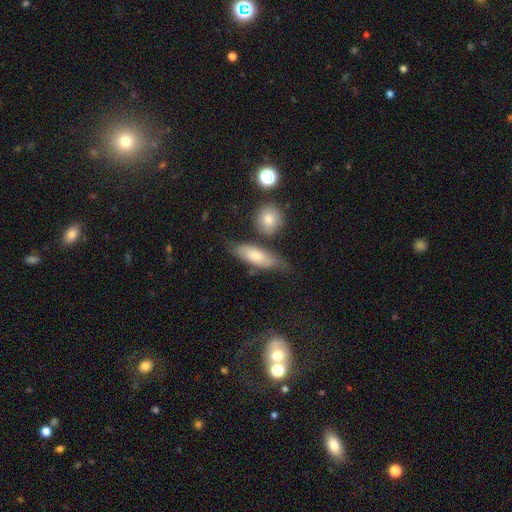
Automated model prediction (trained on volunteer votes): Morphology: type=smooth (72%); roundness=in between (68%); merging=none (59%).